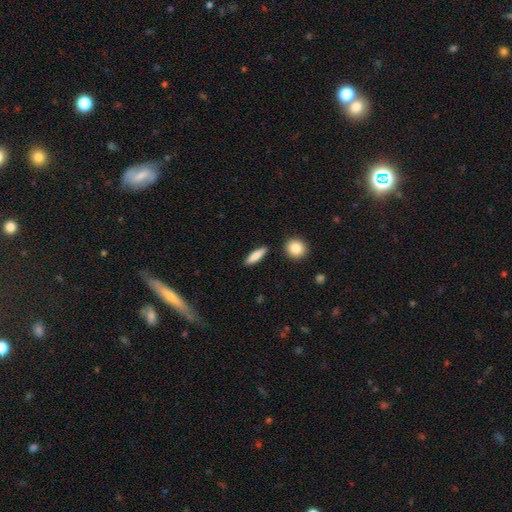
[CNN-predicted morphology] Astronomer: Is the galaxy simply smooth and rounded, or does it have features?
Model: smooth — 81%.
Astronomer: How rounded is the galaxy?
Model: cigar-shaped — 62%.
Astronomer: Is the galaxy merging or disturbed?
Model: none — 88%.